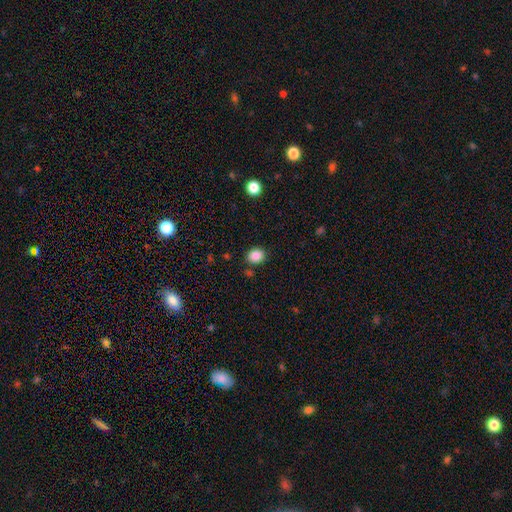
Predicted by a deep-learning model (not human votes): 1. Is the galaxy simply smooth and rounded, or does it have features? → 87% smooth, 10% star or artifact, 3% featured or disk.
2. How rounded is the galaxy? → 66% round, 33% in between, 1% cigar-shaped.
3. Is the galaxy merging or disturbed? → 84% none, 10% minor disturbance, 3% merger, 3% major disturbance.